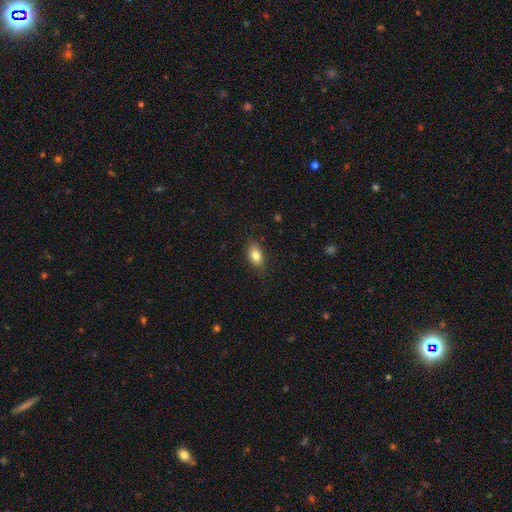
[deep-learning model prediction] smooth-or-featured: smooth: 83% | featured or disk: 9% | star or artifact: 8%
  how-rounded: in between: 86% | round: 11% | cigar-shaped: 3%
  merging: none: 83% | minor disturbance: 13% | major disturbance: 3% | merger: 1%